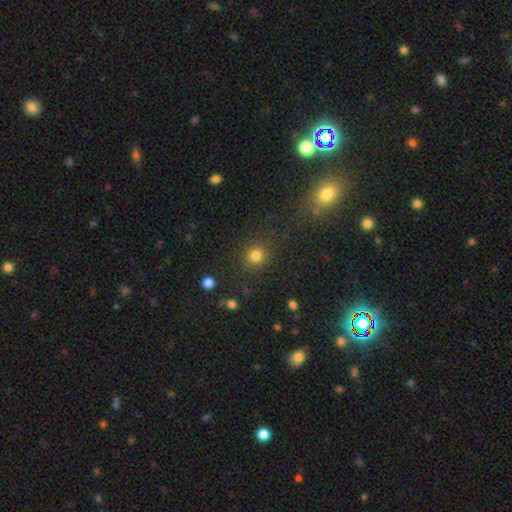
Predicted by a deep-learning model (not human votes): smooth_or_featured: smooth (p=0.80) [alt: star or artifact p=0.14]
how_rounded: round (p=0.91) [alt: in between p=0.08]
merging: none (p=0.86) [alt: minor disturbance p=0.08]